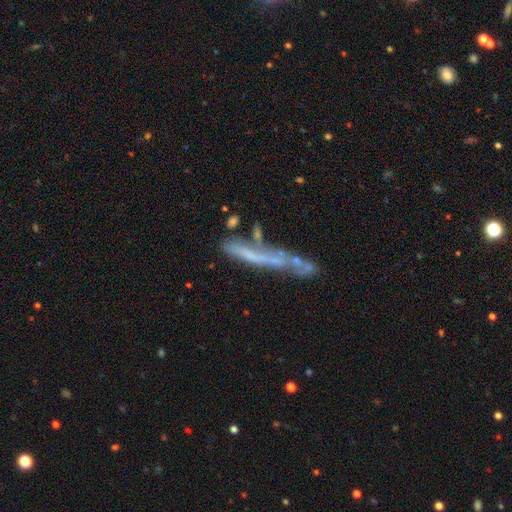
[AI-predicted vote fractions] A featured or disk galaxy (53%) viewed edge-on (64%).

Vote fractions:
- Smooth or featured? featured or disk: 53% / smooth: 35% / star or artifact: 12%
- Edge-on disk? yes: 64% / no: 36%
- Merging? none: 41% / minor disturbance: 22% / major disturbance: 19% / merger: 18%